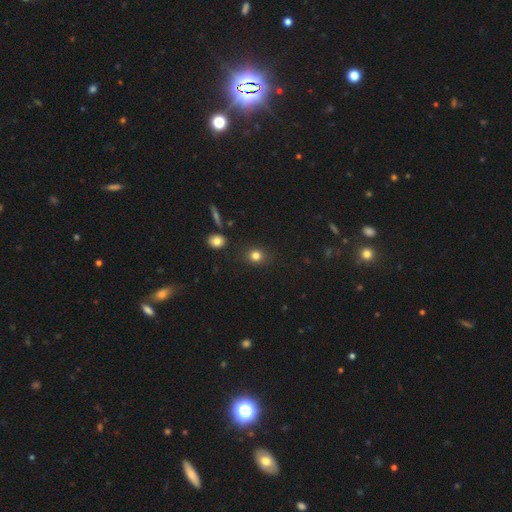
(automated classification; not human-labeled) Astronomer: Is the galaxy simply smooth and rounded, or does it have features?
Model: smooth — 81%.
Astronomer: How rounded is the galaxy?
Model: round — 76%.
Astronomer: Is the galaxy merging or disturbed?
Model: none — 86%.